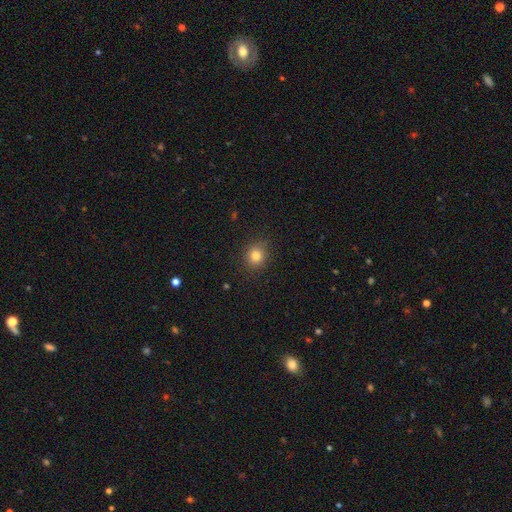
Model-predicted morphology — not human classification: Smooth or featured? smooth (81%)
How rounded? round (80%)
Merging? none (87%)